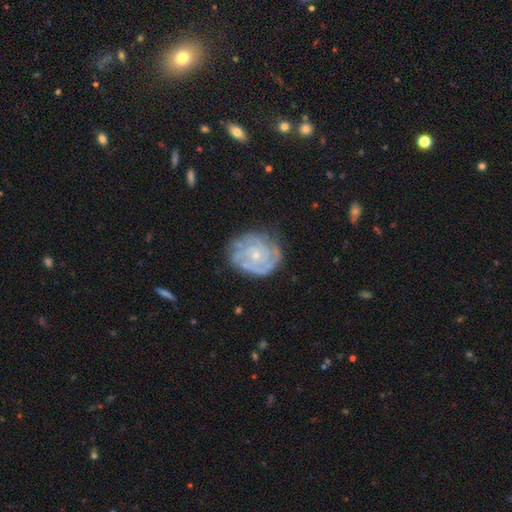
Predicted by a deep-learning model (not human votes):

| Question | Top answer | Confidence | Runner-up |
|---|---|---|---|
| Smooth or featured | featured or disk | 86% | smooth (9%) |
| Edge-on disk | no | 98% | yes (2%) |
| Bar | no | 77% | weak (19%) |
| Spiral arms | yes | 96% | no (4%) |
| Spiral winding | tight | 75% | medium (22%) |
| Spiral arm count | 3 | 29% | can't tell (24%) |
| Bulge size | small | 75% | moderate (20%) |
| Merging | none | 73% | minor disturbance (19%) |